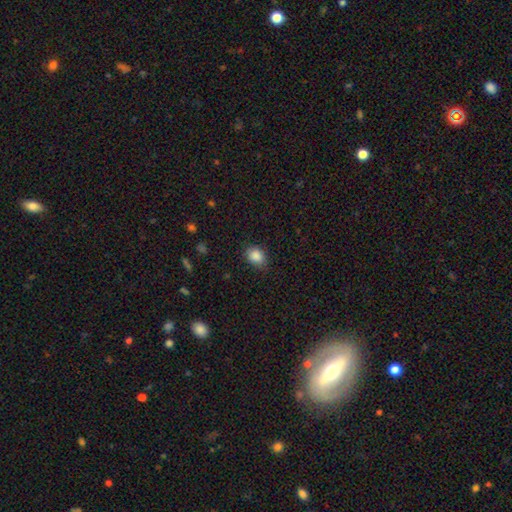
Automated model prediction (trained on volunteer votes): Q: Smooth or featured?
A: smooth (87%); runner-up: star or artifact (9%)
Q: How rounded?
A: in between (59%); runner-up: round (40%)
Q: Merging?
A: none (80%); runner-up: minor disturbance (16%)